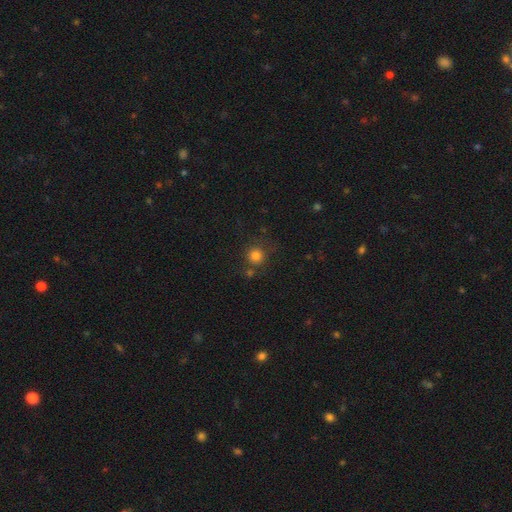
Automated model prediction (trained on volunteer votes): A smooth galaxy with no disk features (80%) that is round (93%). Merging: none (75%).